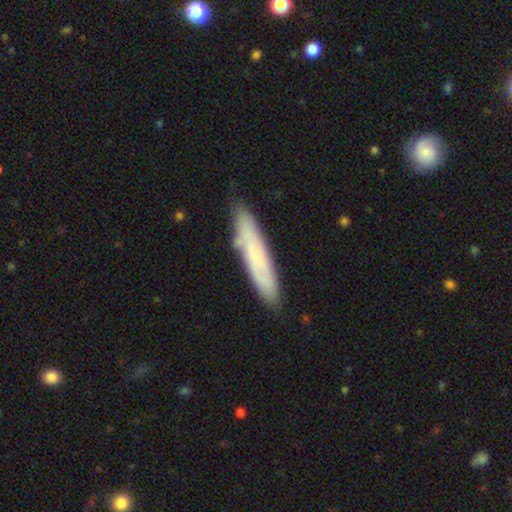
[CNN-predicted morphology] smooth-or-featured: smooth: 57% | featured or disk: 36% | star or artifact: 7%
  how-rounded: cigar-shaped: 87% | in between: 11% | round: 1%
  merging: none: 83% | minor disturbance: 12% | merger: 2% | major disturbance: 2%